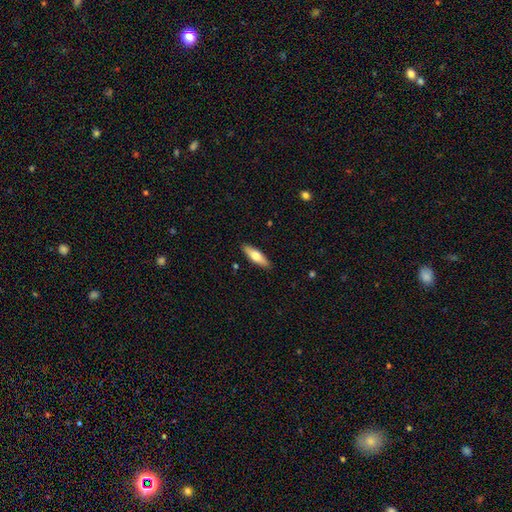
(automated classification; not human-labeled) smooth 68%, featured or disk 27%, star or artifact 5%. Down the decision tree: how rounded — in between (50%); merging — none (89%).